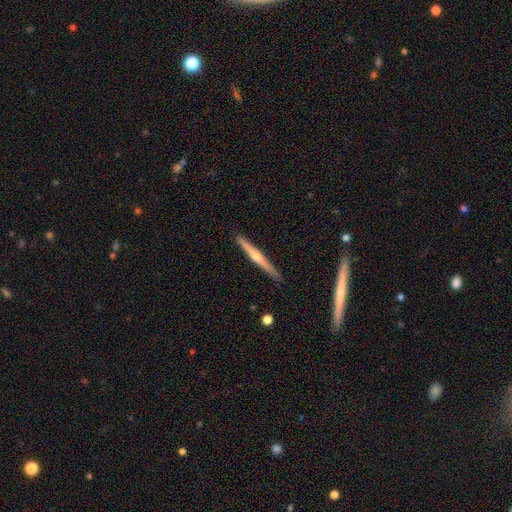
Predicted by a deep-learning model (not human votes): A featured or disk galaxy (70%) viewed edge-on (98%) with a rounded central bulge (78%). Merging: none (90%).